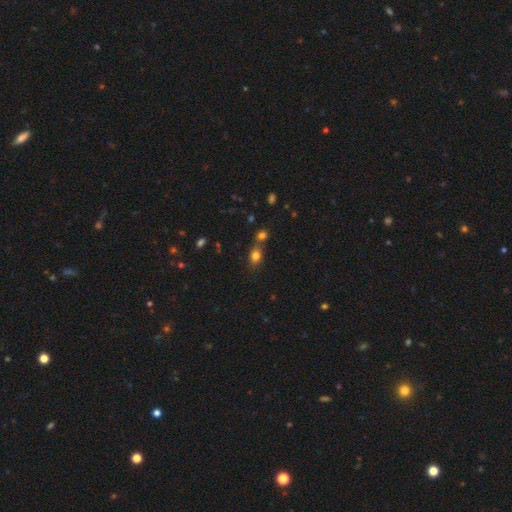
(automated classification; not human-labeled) Morphology: type=smooth (78%); roundness=in between (68%); merging=none (56%).